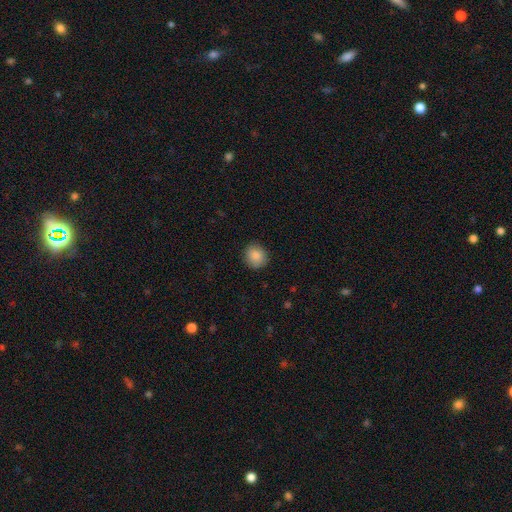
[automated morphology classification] Q: Smooth or featured?
A: smooth (87%); runner-up: star or artifact (8%)
Q: How rounded?
A: round (84%); runner-up: in between (15%)
Q: Merging?
A: none (89%); runner-up: minor disturbance (8%)